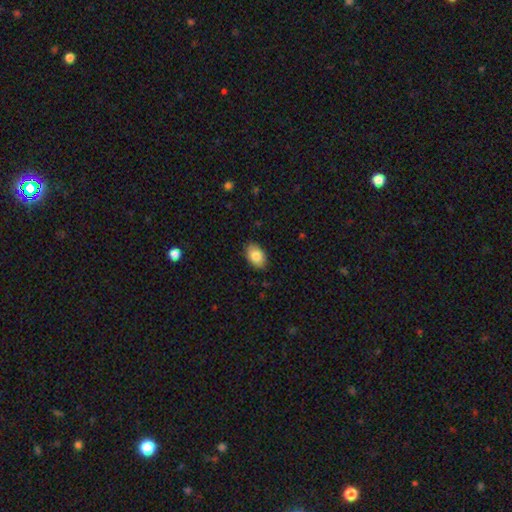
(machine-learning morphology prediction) type=smooth (86%); roundness=in between (90%); merging=none (86%).